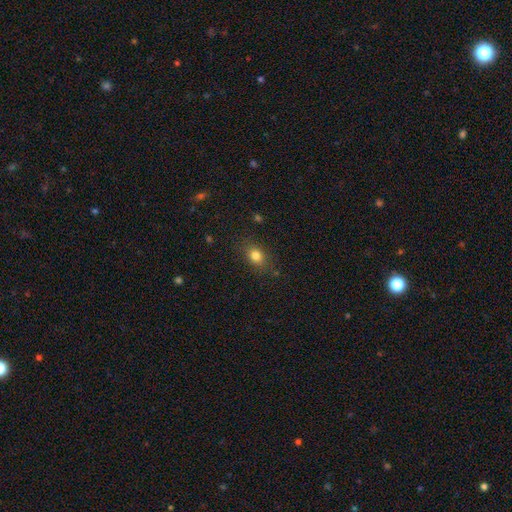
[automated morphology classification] This is likely a smooth galaxy (80%). How rounded: likely in between (62%). Merging: clearly none (81%).